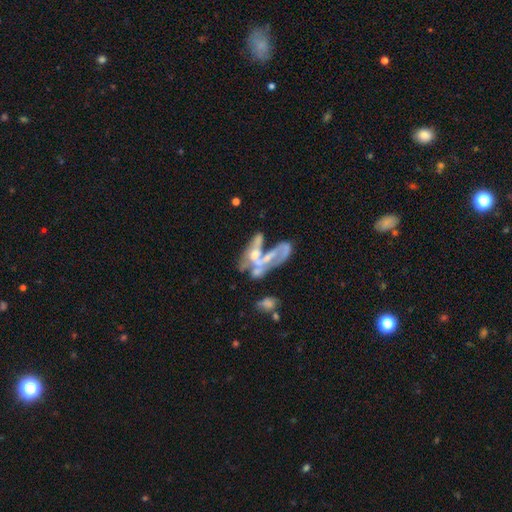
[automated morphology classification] Smooth or featured: featured or disk — 67% (smooth — 20%)
Edge-on disk: no — 93% (yes — 7%)
Bar: no — 74% (weak — 18%)
Spiral arms: no — 65% (yes — 35%)
Bulge size: none — 33% (moderate — 32%)
Merging: merger — 57% (major disturbance — 22%)